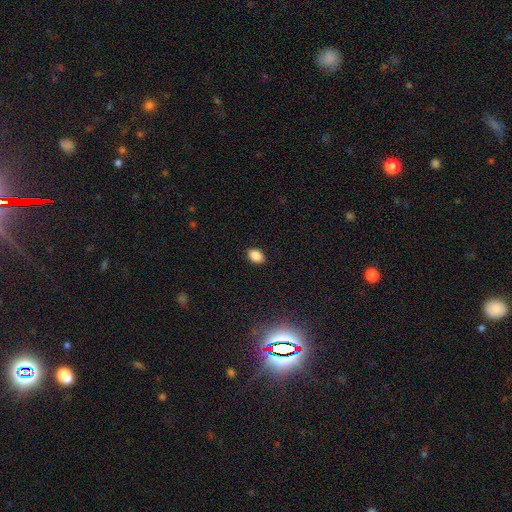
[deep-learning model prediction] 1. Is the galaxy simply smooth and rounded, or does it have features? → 86% smooth, 10% star or artifact, 4% featured or disk.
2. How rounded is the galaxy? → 77% in between, 22% round, 1% cigar-shaped.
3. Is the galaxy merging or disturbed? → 89% none, 8% minor disturbance, 2% major disturbance, 1% merger.